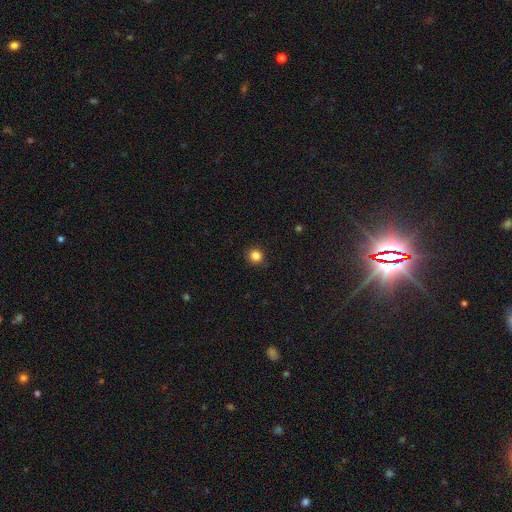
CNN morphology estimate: Smooth or featured? Predicted: smooth (p=0.85). How rounded? Predicted: round (p=0.91). Merging? Predicted: none (p=0.91).